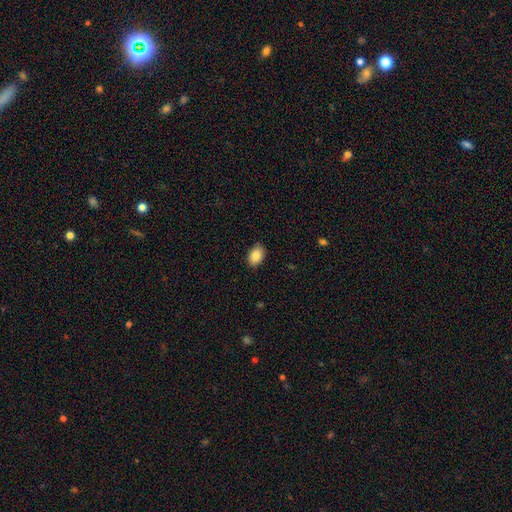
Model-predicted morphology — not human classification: Smooth or featured? smooth (86%)
How rounded? in between (87%)
Merging? none (87%)